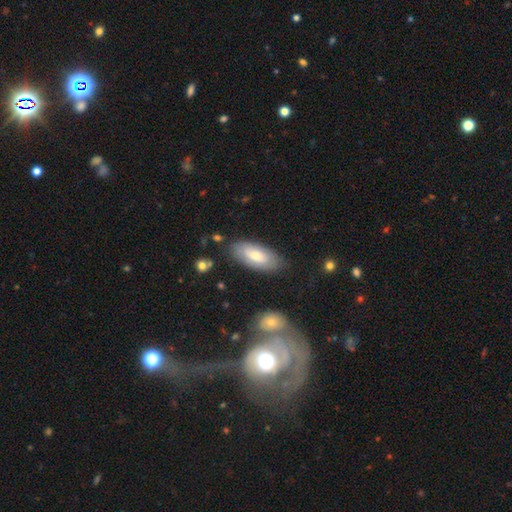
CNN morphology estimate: This is likely a smooth galaxy (65%). How rounded: clearly in between (89%). Merging: likely none (80%).